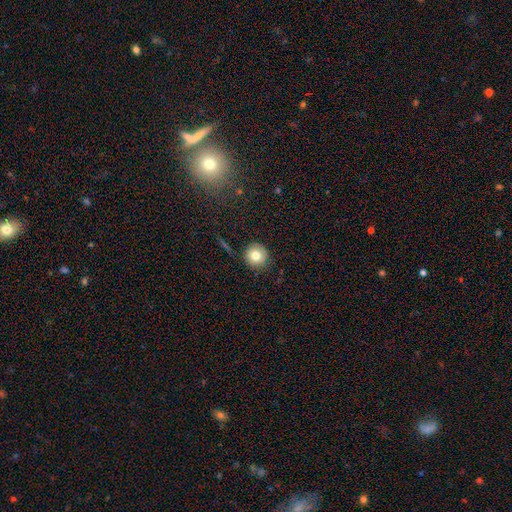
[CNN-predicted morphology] A smooth galaxy with no disk features (79%) that is round (95%).

Vote fractions:
- Smooth or featured? smooth: 79% / featured or disk: 11% / star or artifact: 10%
- How rounded? round: 95% / in between: 4% / cigar-shaped: 1%
- Merging? none: 89% / minor disturbance: 7% / major disturbance: 2% / merger: 2%